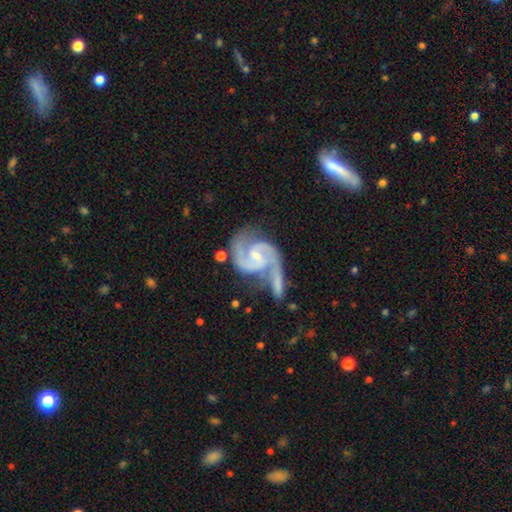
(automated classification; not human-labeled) Overall: featured or disk (92%). Edge-on disk: no (98%). Bar: weak (53%; no 26%). Spiral arms: yes (98%). Spiral arm count: 2 (92%). Spiral winding: medium (62%). Bulge size: small (63%; moderate 26%). Merging: none (46%; merger 24%).